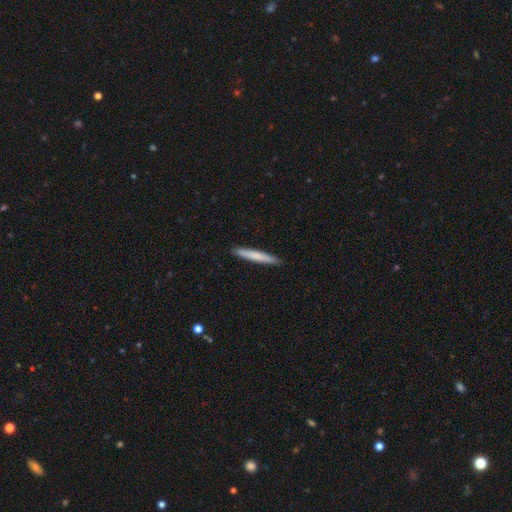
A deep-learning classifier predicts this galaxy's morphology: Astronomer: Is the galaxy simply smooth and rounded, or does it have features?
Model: smooth — 73%.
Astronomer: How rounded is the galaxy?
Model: cigar-shaped — 96%.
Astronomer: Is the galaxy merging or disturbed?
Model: none — 92%.